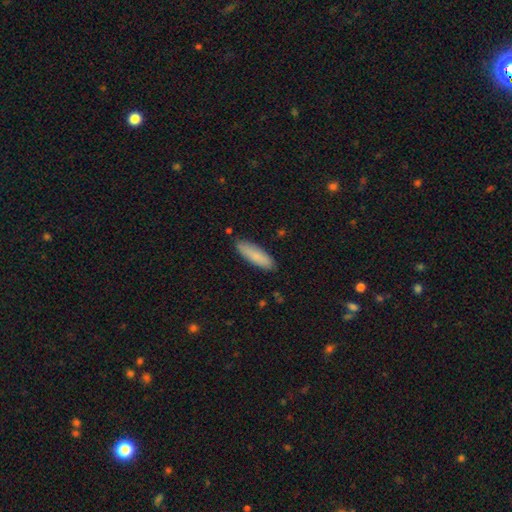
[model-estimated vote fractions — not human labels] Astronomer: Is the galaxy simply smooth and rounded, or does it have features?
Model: smooth — 85%.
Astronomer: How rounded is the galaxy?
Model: cigar-shaped — 62% (runner-up: in between, 37%).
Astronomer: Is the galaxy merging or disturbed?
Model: none — 87%.